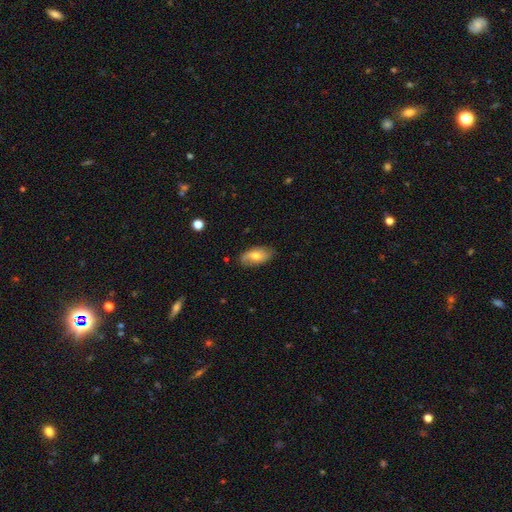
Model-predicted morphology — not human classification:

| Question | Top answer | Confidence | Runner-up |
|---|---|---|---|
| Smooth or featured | smooth | 58% | featured or disk (35%) |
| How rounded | in between | 90% | round (5%) |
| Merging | none | 78% | minor disturbance (17%) |